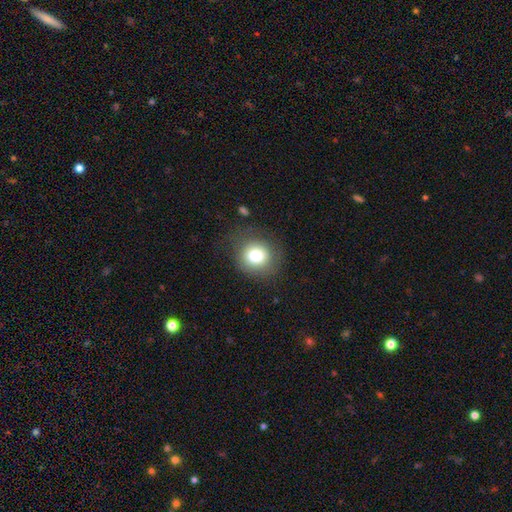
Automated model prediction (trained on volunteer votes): Morphology: type=smooth (80%); roundness=round (82%); merging=none (76%).